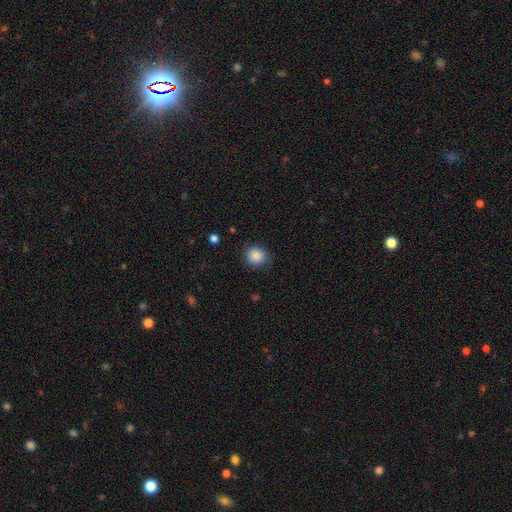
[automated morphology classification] Overall: smooth (87%). How rounded: round (84%). Merging: none (80%).